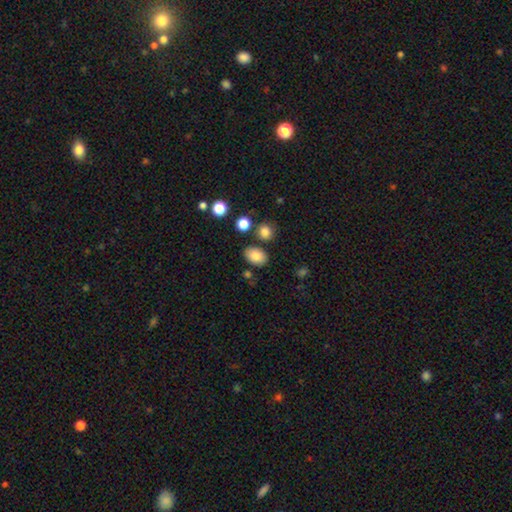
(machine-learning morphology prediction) smooth_or_featured: smooth (p=0.84) [alt: star or artifact p=0.09]
how_rounded: in between (p=0.83) [alt: round p=0.16]
merging: none (p=0.80) [alt: minor disturbance p=0.11]